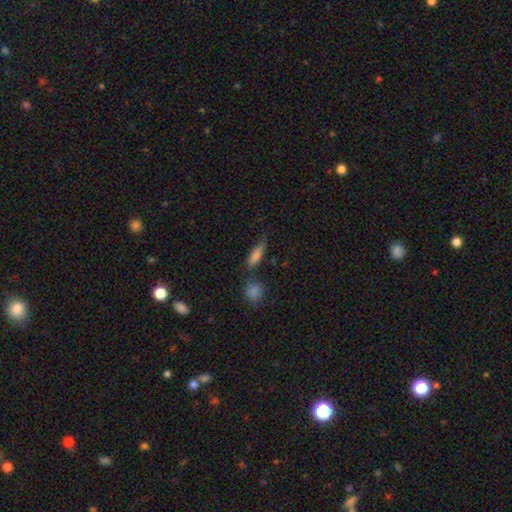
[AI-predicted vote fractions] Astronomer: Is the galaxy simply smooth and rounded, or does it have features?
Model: smooth — 77%.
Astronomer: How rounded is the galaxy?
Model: cigar-shaped — 51% (runner-up: in between, 45%).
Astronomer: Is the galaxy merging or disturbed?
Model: none — 62%.